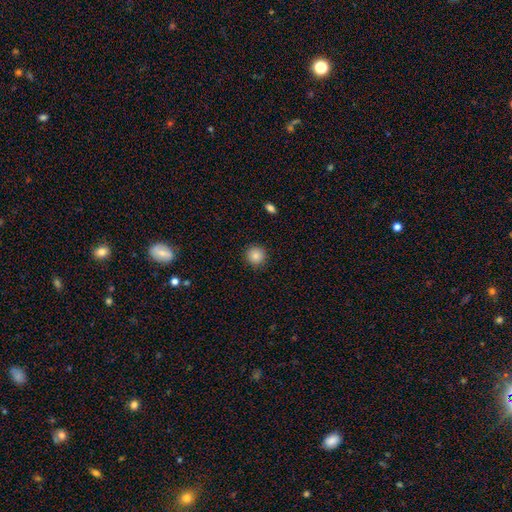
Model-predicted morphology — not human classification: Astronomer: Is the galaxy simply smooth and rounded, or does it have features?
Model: smooth — 86%.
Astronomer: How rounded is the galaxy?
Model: round — 94%.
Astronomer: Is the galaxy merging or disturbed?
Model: none — 91%.